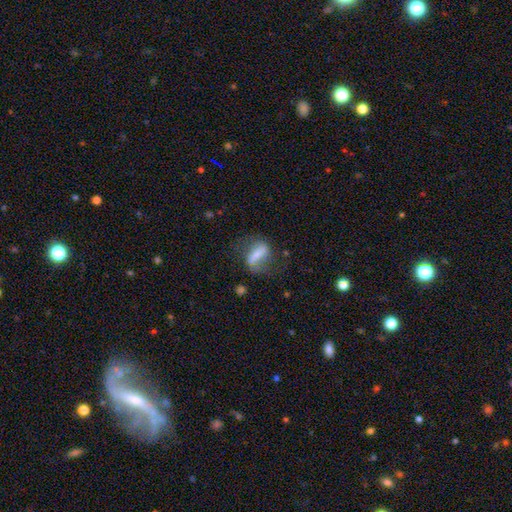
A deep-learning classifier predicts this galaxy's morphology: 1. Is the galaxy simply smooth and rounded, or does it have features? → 52% featured or disk, 38% smooth, 10% star or artifact.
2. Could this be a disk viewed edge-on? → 87% no, 13% yes.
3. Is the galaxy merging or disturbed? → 57% none, 21% minor disturbance, 19% major disturbance, 3% merger.